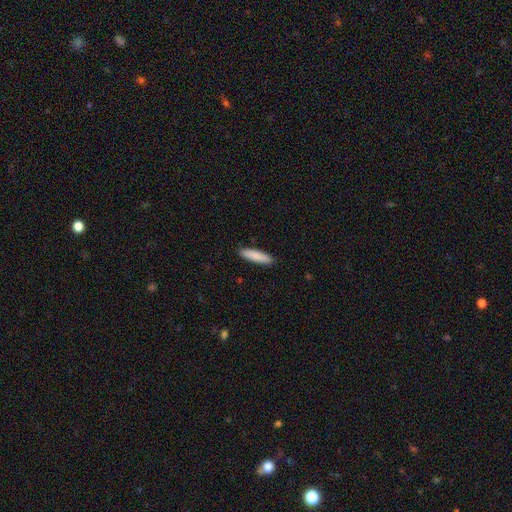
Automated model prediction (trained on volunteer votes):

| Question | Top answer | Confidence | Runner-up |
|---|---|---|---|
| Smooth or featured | smooth | 87% | featured or disk (7%) |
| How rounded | cigar-shaped | 75% | in between (24%) |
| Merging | none | 90% | minor disturbance (8%) |